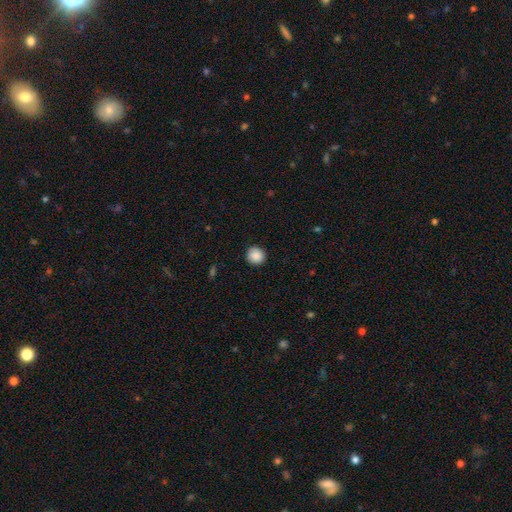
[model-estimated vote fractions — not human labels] smooth_or_featured: smooth (p=0.88) [alt: star or artifact p=0.08]
how_rounded: round (p=0.92) [alt: in between p=0.07]
merging: none (p=0.91) [alt: minor disturbance p=0.06]